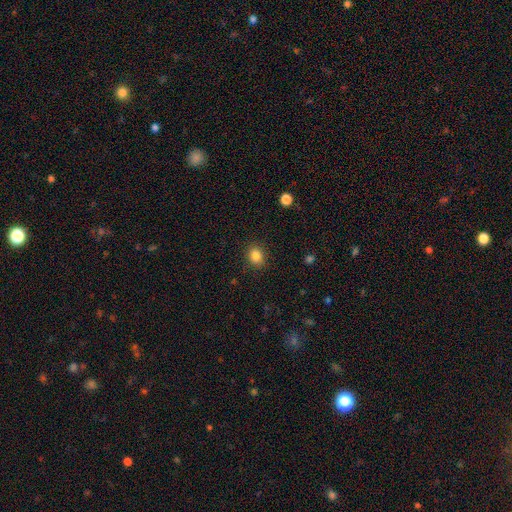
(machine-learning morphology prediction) A smooth galaxy with no disk features (85%) that is round (55%). Merging: none (88%).